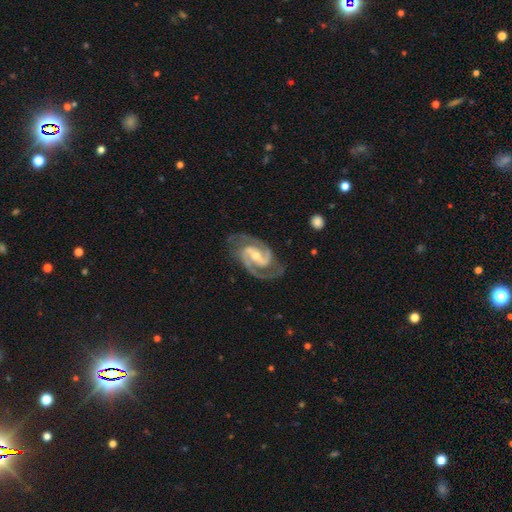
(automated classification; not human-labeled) smooth-or-featured: featured or disk: 94% | star or artifact: 4% | smooth: 3%
  disk-edge-on: no: 98% | yes: 2%
    bar: weak: 45% | strong: 34% | no: 21%
    has-spiral-arms: yes: 99% | no: 1%
      spiral-winding: medium: 59% | tight: 33% | loose: 9%
      spiral-arm-count: 2: 92% | 3: 3% | can't tell: 2% | 1: 1% | 4: 1% | more than 4: 1%
    bulge-size: moderate: 54% | small: 40% | large: 3% | none: 2% | dominant: 1%
  merging: none: 76% | minor disturbance: 17% | major disturbance: 6% | merger: 1%